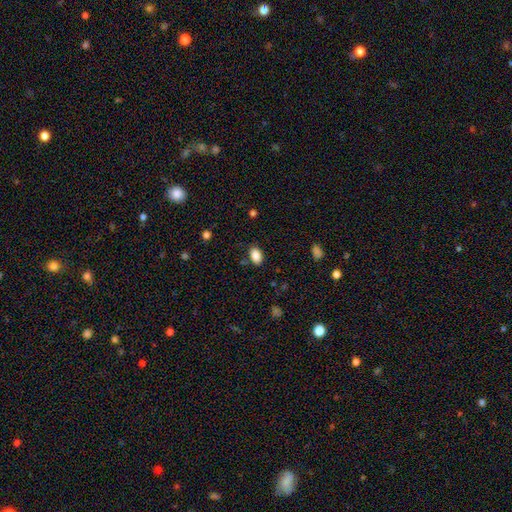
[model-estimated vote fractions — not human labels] This is clearly a smooth galaxy (87%). How rounded: clearly in between (90%). Merging: clearly none (84%).